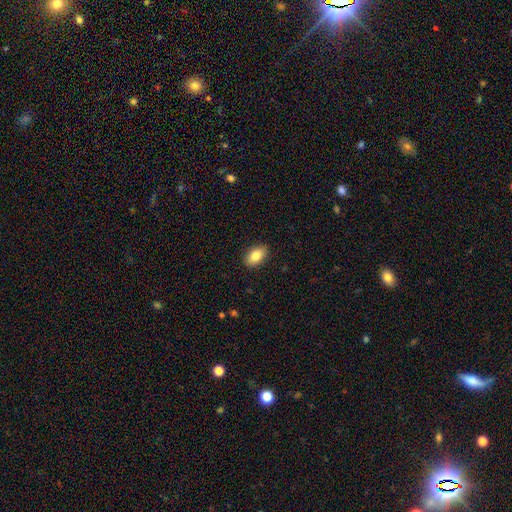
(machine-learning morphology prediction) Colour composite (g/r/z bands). It shows a smooth galaxy with no disk features (84%) that is in between round and cigar-shaped (89%). Merging: none (89%).